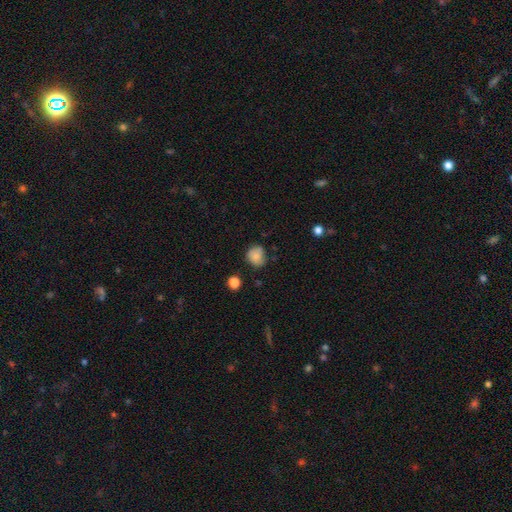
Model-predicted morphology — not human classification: This is clearly a smooth galaxy (80%). How rounded: likely round (76%). Merging: likely none (64%).